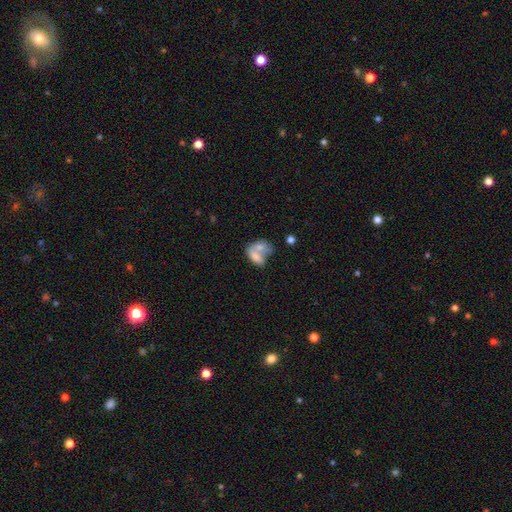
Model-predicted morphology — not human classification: The model was most divided on "smooth or featured": smooth: 69%, featured or disk: 23%, star or artifact: 8%. More confident: how rounded — in between (82%); merging — merger (71%).